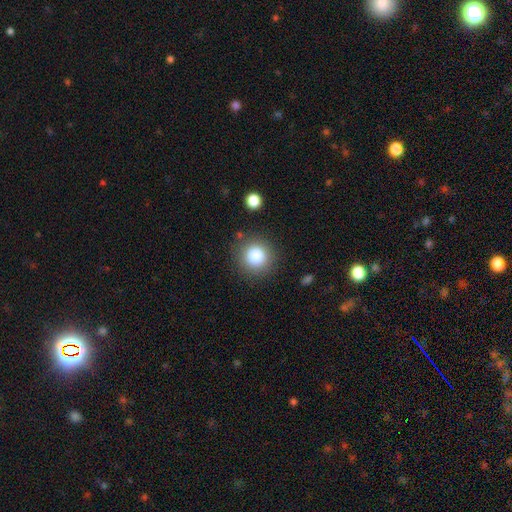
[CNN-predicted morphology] Smooth or featured? Predicted: smooth (p=0.84). How rounded? Predicted: round (p=0.93). Merging? Predicted: none (p=0.85).